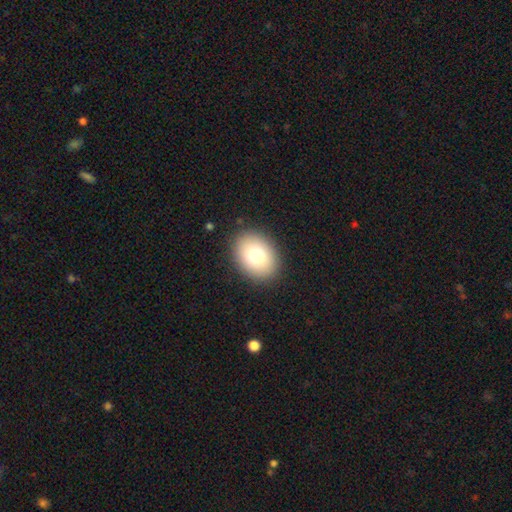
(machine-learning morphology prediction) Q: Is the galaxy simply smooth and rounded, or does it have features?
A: smooth — 77%.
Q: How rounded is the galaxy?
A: in between — 68%.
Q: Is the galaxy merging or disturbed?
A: none — 88%.